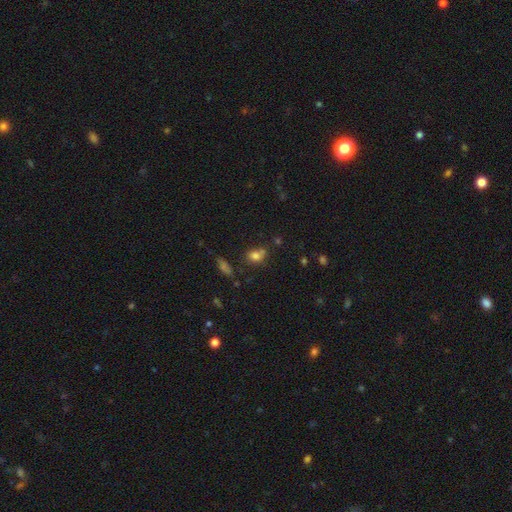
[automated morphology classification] This appears to be a smooth galaxy with no disk features (74%) that is round (53%). Merging: none (51%).